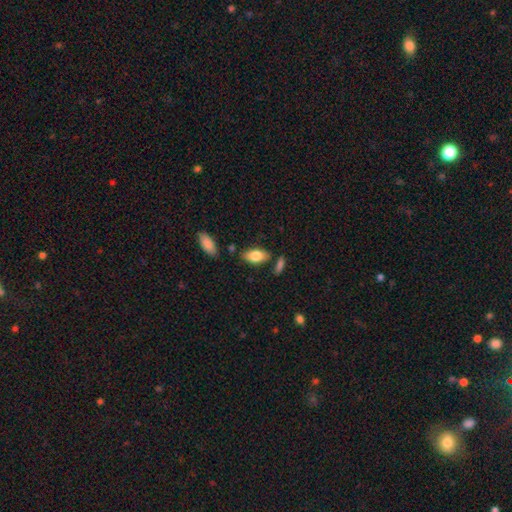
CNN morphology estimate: Smooth or featured? smooth (79%)
How rounded? in between (91%)
Merging? none (78%)